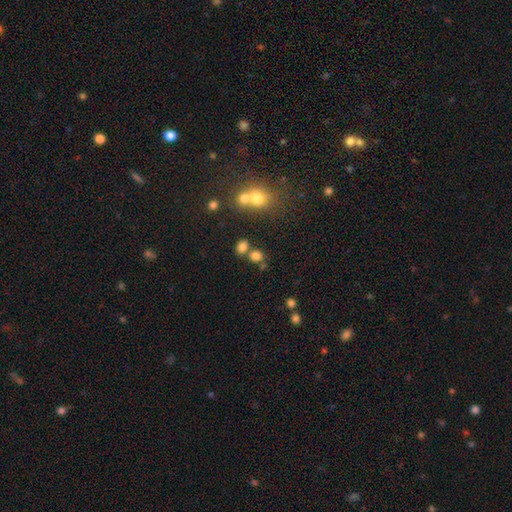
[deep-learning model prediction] Overall: smooth (76%). How rounded: round (68%; in between 30%). Merging: none (58%; merger 29%).